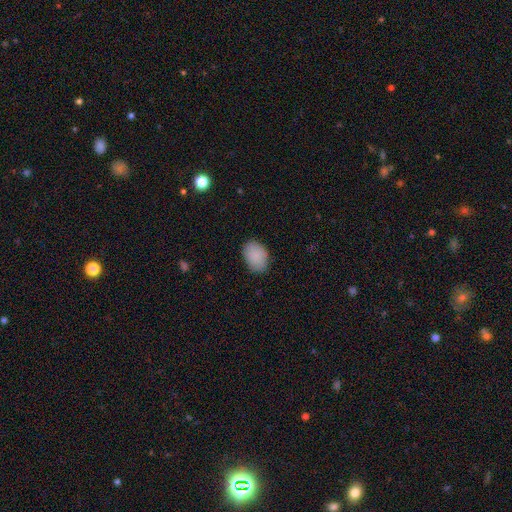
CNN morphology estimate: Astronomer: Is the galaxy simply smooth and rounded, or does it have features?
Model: smooth — 89%.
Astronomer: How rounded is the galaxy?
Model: in between — 81%.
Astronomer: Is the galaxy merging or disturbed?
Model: none — 82%.